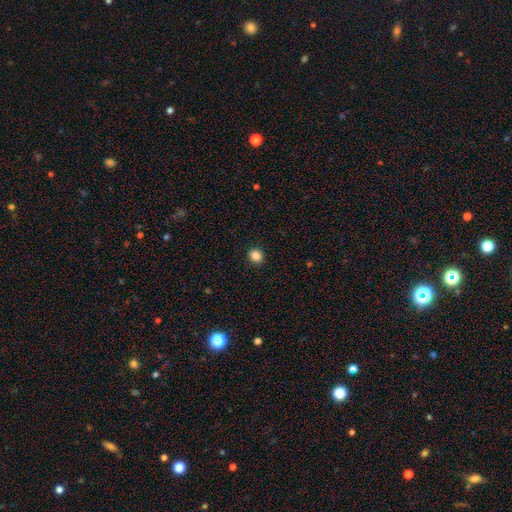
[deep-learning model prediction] smooth_or_featured: smooth (p=0.85) [alt: star or artifact p=0.11]
how_rounded: round (p=0.89) [alt: in between p=0.10]
merging: none (p=0.93) [alt: minor disturbance p=0.05]